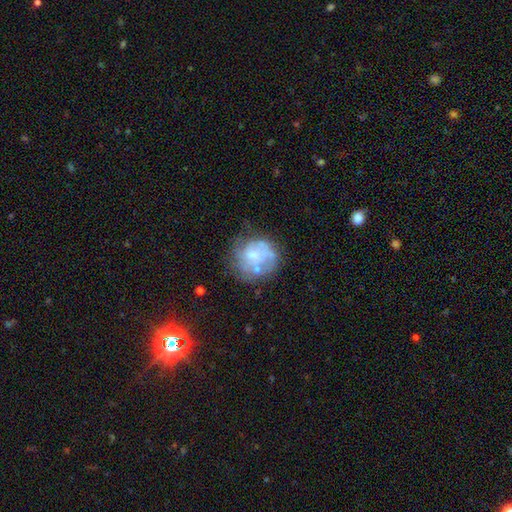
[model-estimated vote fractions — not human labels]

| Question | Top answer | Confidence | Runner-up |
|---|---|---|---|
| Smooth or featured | featured or disk | 51% | smooth (40%) |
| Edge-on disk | no | 98% | yes (2%) |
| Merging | none | 49% | minor disturbance (24%) |